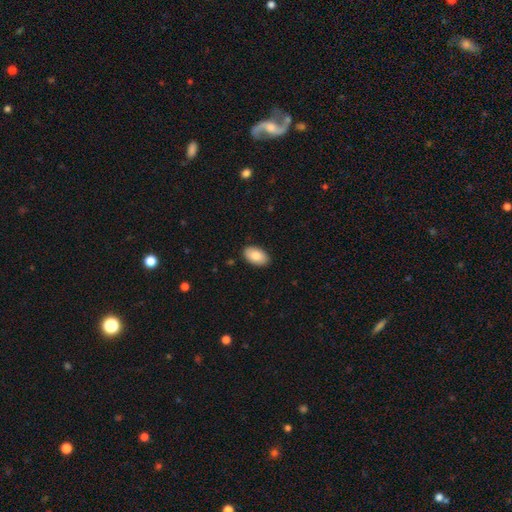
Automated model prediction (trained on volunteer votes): Smooth or featured? Predicted: smooth (p=0.87). How rounded? Predicted: in between (p=0.95). Merging? Predicted: none (p=0.89).